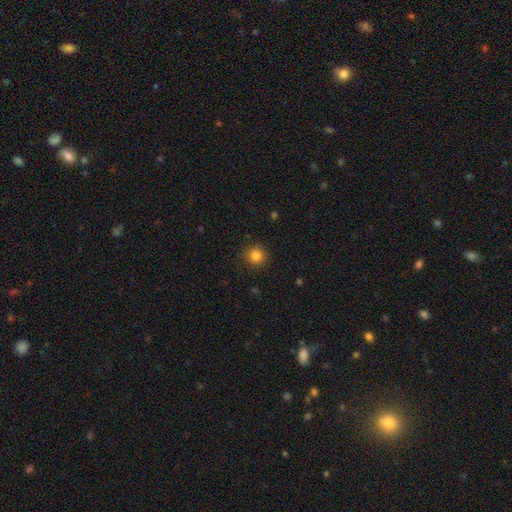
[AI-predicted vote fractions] Q: Smooth or featured?
A: smooth (83%); runner-up: star or artifact (12%)
Q: How rounded?
A: round (94%); runner-up: in between (5%)
Q: Merging?
A: none (90%); runner-up: minor disturbance (7%)